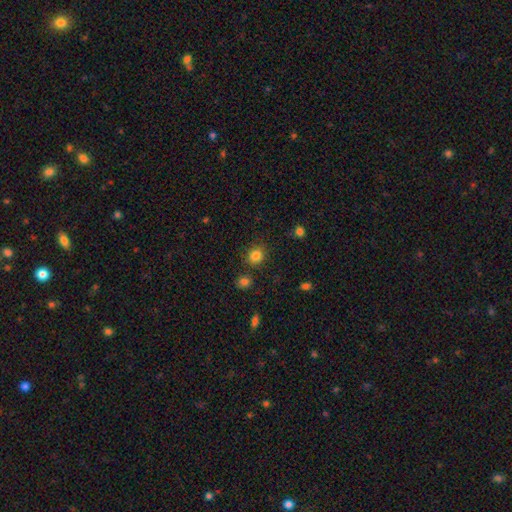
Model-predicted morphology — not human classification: smooth_or_featured: smooth (p=0.83) [alt: star or artifact p=0.12]
how_rounded: round (p=0.79) [alt: in between p=0.20]
merging: none (p=0.82) [alt: minor disturbance p=0.10]